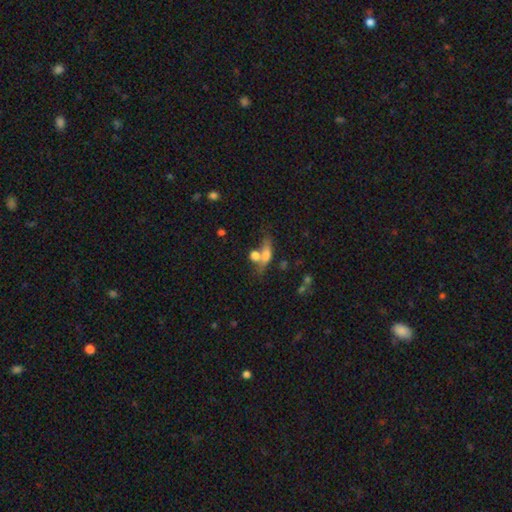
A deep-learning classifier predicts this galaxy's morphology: Q: Smooth or featured?
A: smooth (65%); runner-up: featured or disk (24%)
Q: How rounded?
A: in between (46%); runner-up: cigar-shaped (30%)
Q: Merging?
A: merger (41%); runner-up: none (39%)